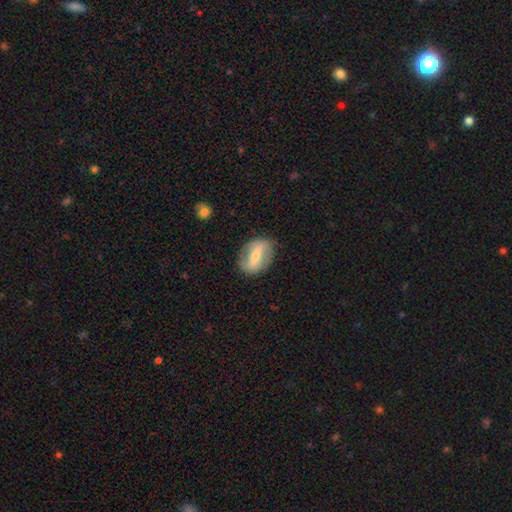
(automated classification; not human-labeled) Smooth or featured: featured or disk — 61% (smooth — 33%)
Edge-on disk: no — 89% (yes — 11%)
Bar: strong — 64% (weak — 23%)
Spiral arms: no — 54% (yes — 46%)
Bulge size: small — 51% (moderate — 42%)
Merging: none — 81% (minor disturbance — 13%)